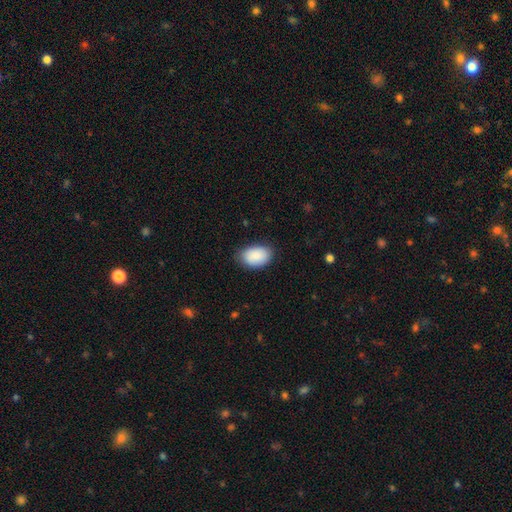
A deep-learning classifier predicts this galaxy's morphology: This is clearly a smooth galaxy (90%). How rounded: clearly in between (90%). Merging: likely none (79%).